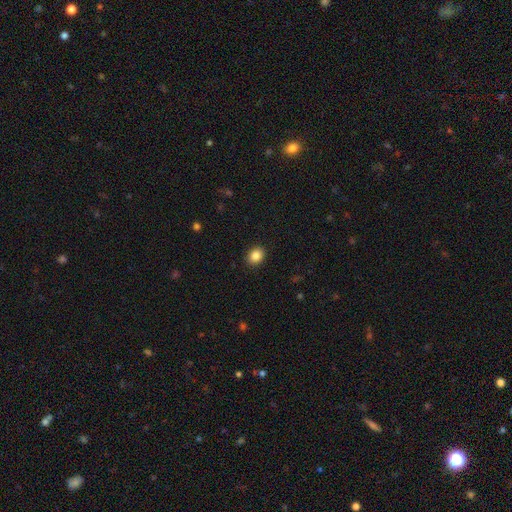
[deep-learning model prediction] Smooth or featured: smooth — 87% (star or artifact — 9%)
How rounded: round — 51% (in between — 48%)
Merging: none — 91% (minor disturbance — 6%)